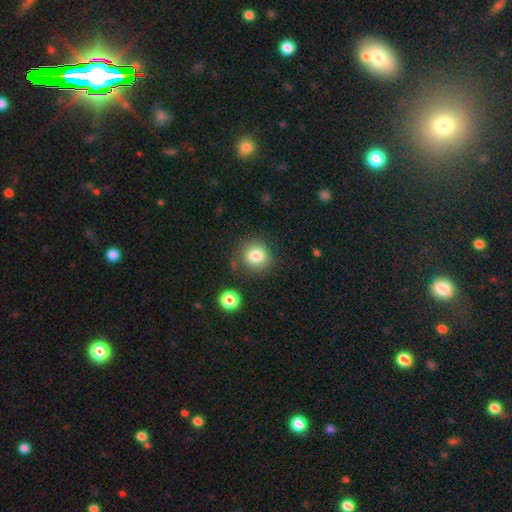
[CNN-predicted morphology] Smooth or featured: smooth — 81% (star or artifact — 11%)
How rounded: round — 86% (in between — 13%)
Merging: none — 79% (minor disturbance — 13%)